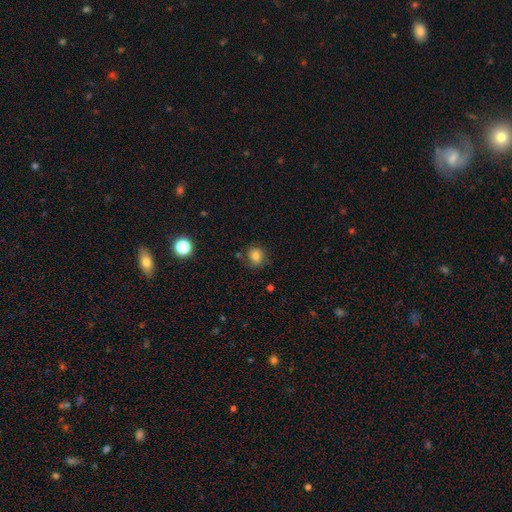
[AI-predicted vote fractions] Smooth or featured? smooth (69%)
How rounded? round (77%)
Merging? none (74%)